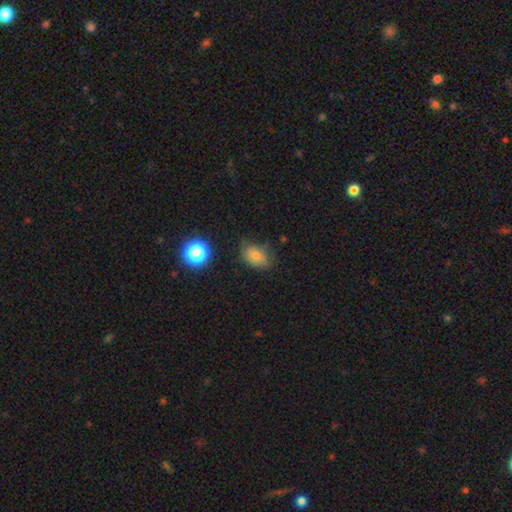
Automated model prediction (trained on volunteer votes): Morphology: type=smooth (75%); roundness=in between (80%); merging=none (63%).